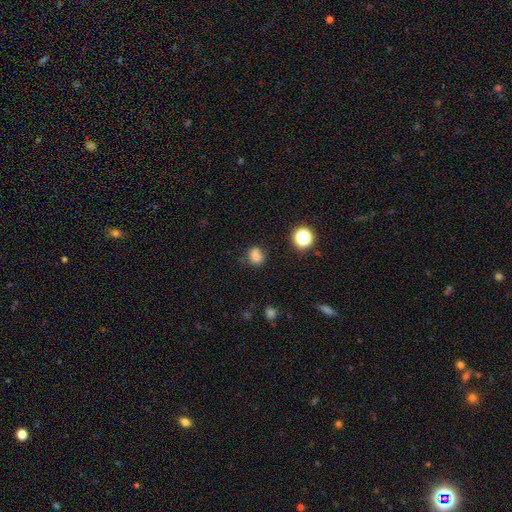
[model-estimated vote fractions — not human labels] Q: Smooth or featured?
A: smooth (78%); runner-up: star or artifact (15%)
Q: How rounded?
A: round (57%); runner-up: in between (42%)
Q: Merging?
A: none (69%); runner-up: minor disturbance (20%)